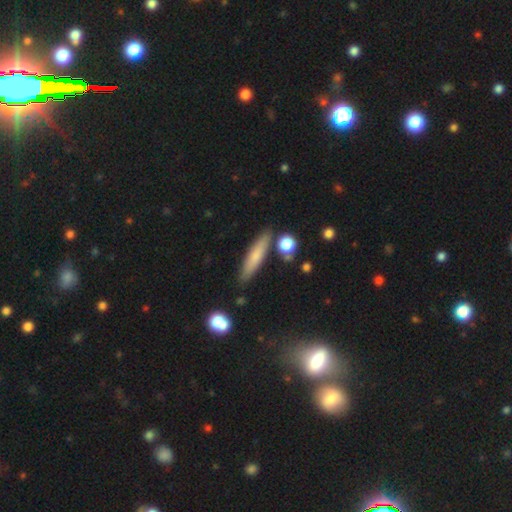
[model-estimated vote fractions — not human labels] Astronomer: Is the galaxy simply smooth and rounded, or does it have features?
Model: smooth — 67%.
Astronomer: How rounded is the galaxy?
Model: cigar-shaped — 85%.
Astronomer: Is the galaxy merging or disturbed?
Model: none — 83%.